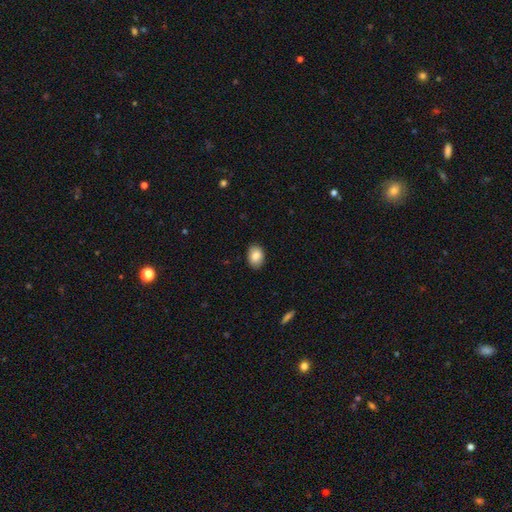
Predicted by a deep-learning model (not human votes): Overall: smooth (86%). How rounded: in between (77%). Merging: none (88%).